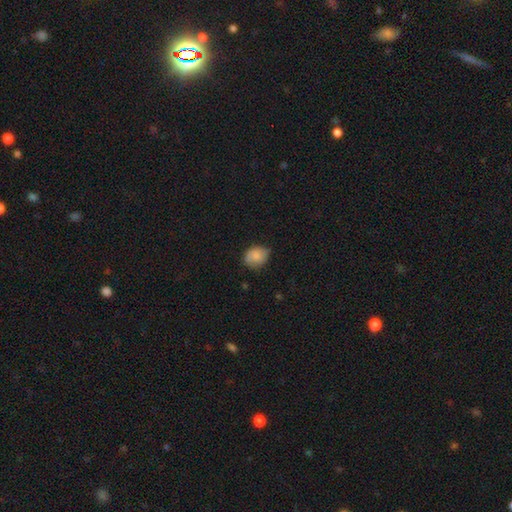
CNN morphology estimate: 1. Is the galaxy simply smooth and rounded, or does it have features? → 79% smooth, 13% featured or disk, 8% star or artifact.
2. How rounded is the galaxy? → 57% round, 42% in between, 1% cigar-shaped.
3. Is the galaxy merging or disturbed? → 64% none, 29% minor disturbance, 5% major disturbance, 1% merger.